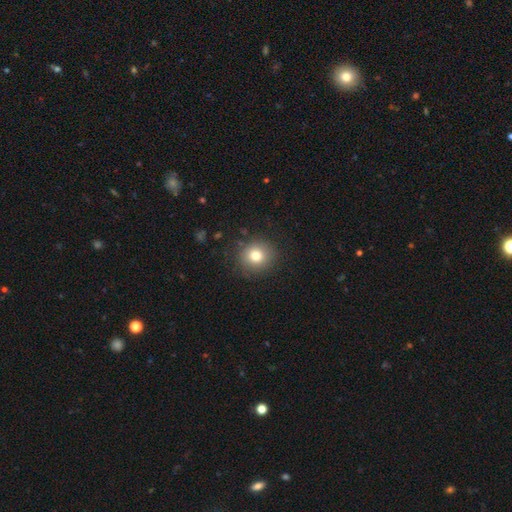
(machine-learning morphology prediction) The model was most divided on "smooth or featured": smooth: 78%, star or artifact: 12%, featured or disk: 10%. More confident: how rounded — round (88%); merging — none (87%).